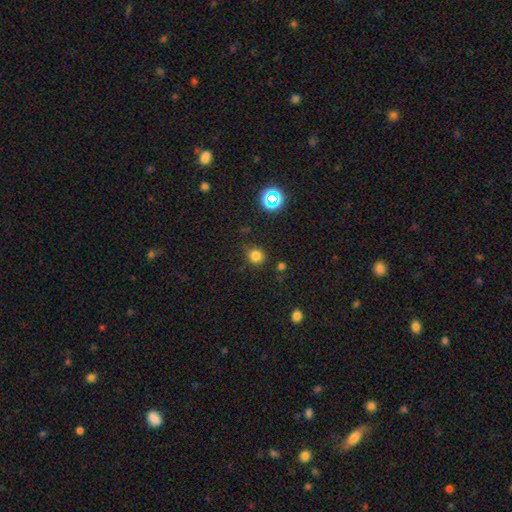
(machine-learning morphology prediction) smooth_or_featured: smooth (p=0.78) [alt: star or artifact p=0.17]
how_rounded: round (p=0.88) [alt: in between p=0.11]
merging: none (p=0.81) [alt: minor disturbance p=0.12]